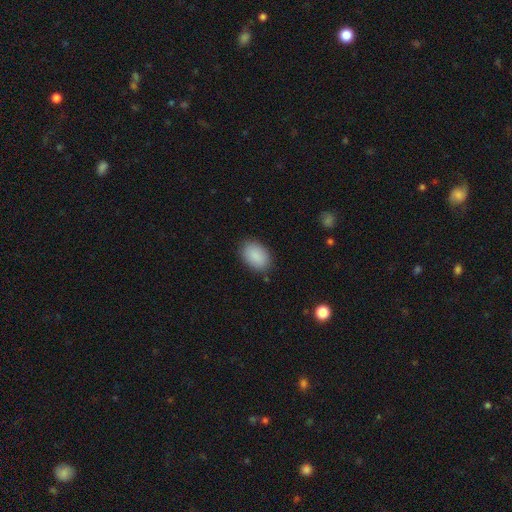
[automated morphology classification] This appears to be a smooth galaxy with no disk features (89%) that is in between round and cigar-shaped (87%). Merging: none (85%).